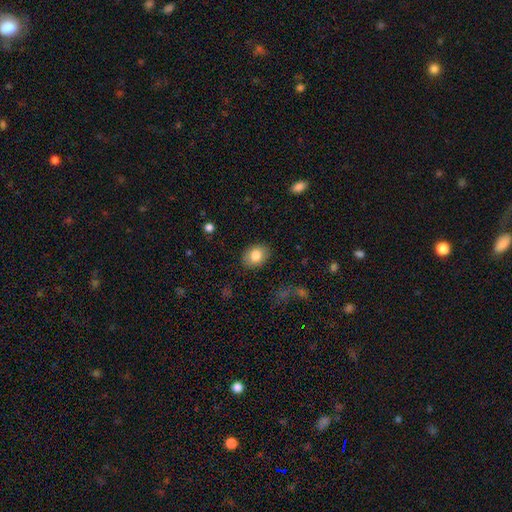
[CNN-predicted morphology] A smooth galaxy with no disk features (81%) that is in between round and cigar-shaped (62%). Merging: none (88%).